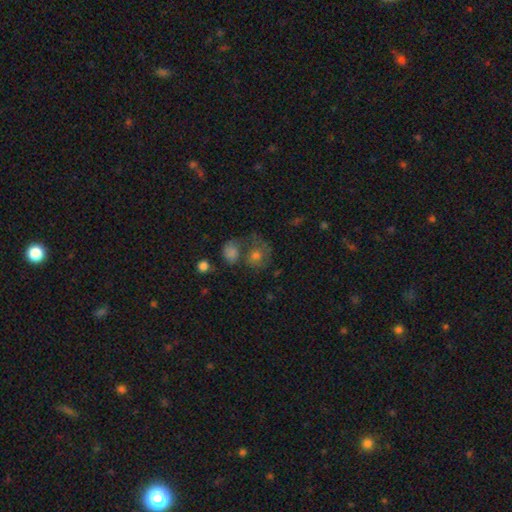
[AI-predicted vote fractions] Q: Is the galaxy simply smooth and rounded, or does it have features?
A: smooth — 56%.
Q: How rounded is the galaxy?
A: round — 72%.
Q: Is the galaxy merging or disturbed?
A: none — 38%.